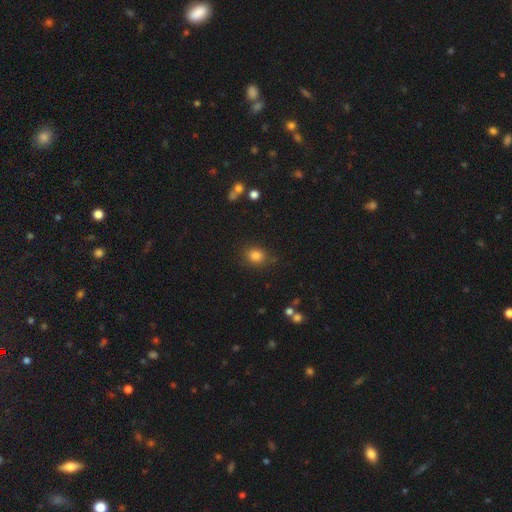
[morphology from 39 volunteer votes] Smooth or featured: smooth — 90% (star or artifact — 8%)
How rounded: round — 66% (in between — 34%)
Merging: none — 75% (minor disturbance — 17%)